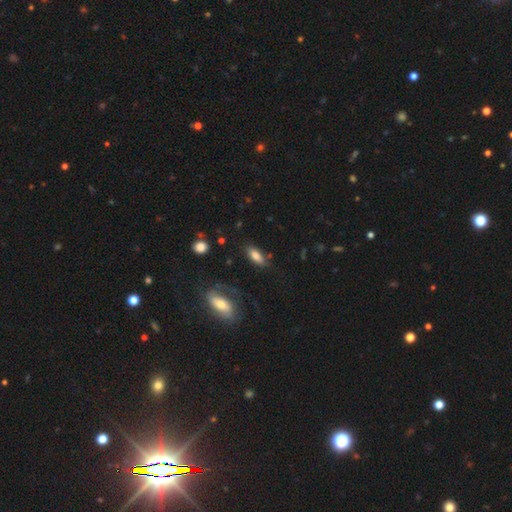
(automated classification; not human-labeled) Smooth or featured? smooth (75%)
How rounded? in between (75%)
Merging? none (74%)